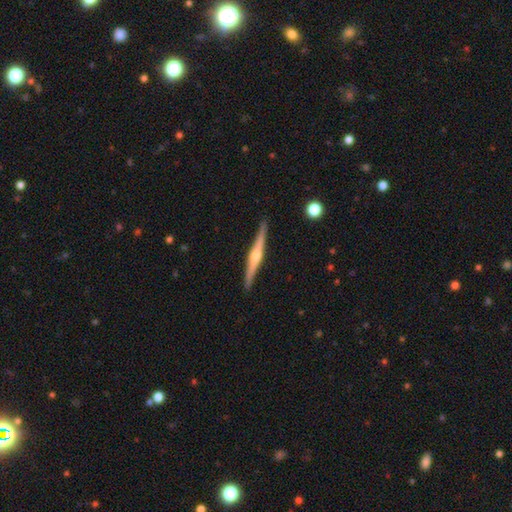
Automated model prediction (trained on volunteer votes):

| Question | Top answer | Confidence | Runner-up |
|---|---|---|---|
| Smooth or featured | featured or disk | 80% | smooth (15%) |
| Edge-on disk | yes | 98% | no (2%) |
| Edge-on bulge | rounded | 87% | boxy (8%) |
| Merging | none | 91% | minor disturbance (7%) |